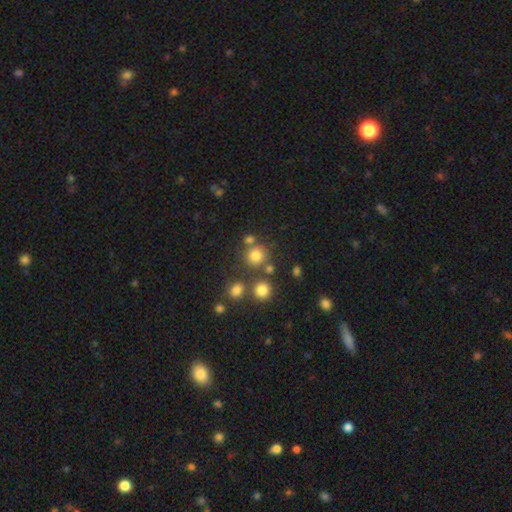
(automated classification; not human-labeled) Q: Smooth or featured?
A: smooth (76%); runner-up: star or artifact (16%)
Q: How rounded?
A: round (90%); runner-up: in between (9%)
Q: Merging?
A: none (71%); runner-up: merger (16%)